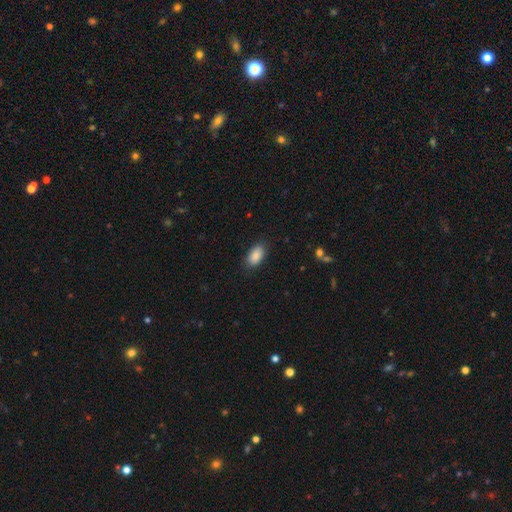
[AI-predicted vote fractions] The model was most divided on "merging": none: 85%, minor disturbance: 11%, major disturbance: 3%, merger: 1%. More confident: how rounded — in between (93%); smooth or featured — smooth (89%).